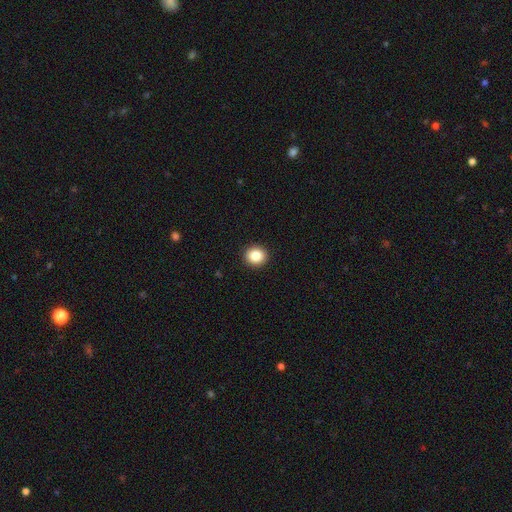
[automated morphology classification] A smooth galaxy with no disk features (86%) that is round (83%).

Vote fractions:
- Smooth or featured? smooth: 86% / star or artifact: 9% / featured or disk: 5%
- How rounded? round: 83% / in between: 16% / cigar-shaped: 1%
- Merging? none: 93% / minor disturbance: 5% / major disturbance: 2% / merger: 1%